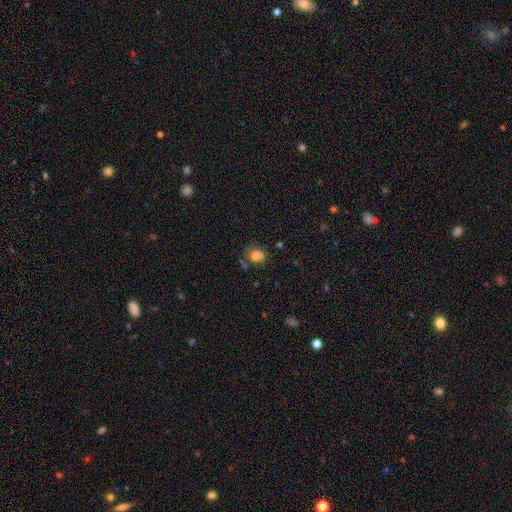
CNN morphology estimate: smooth 69%, featured or disk 17%, star or artifact 13%. Down the decision tree: how rounded — round (69%); merging — none (60%).